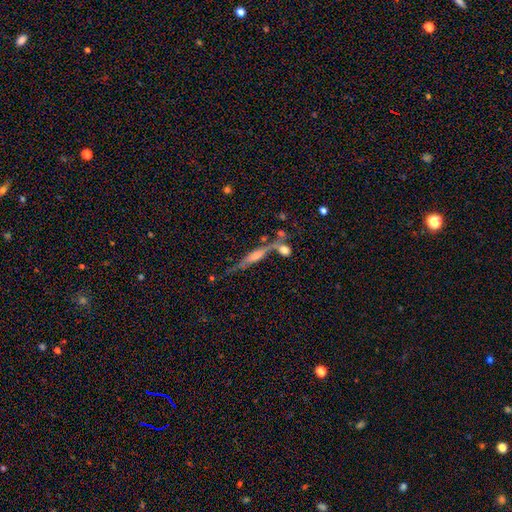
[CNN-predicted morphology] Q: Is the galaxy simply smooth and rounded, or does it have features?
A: featured or disk — 68%.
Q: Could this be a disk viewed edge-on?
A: yes — 90%.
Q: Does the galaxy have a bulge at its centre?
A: rounded — 64%.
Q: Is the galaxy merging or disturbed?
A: none — 57%.